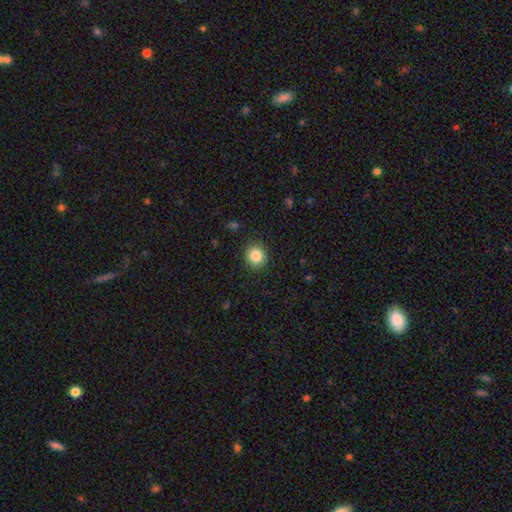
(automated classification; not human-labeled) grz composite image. It shows a smooth galaxy with no disk features (85%) that is round (78%). Merging: none (89%).